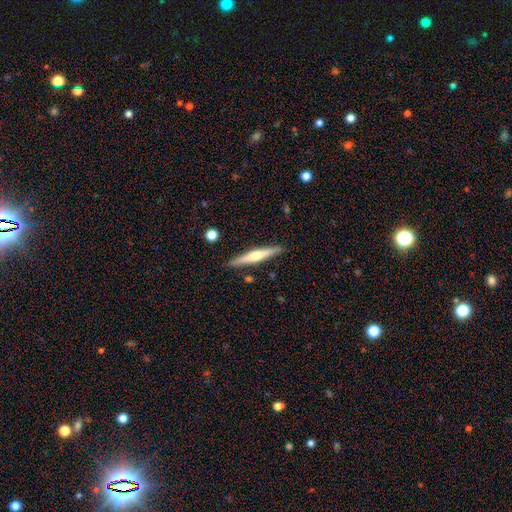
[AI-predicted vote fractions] A featured or disk galaxy (59%) viewed edge-on (98%) with a rounded central bulge (75%). Merging: none (89%).